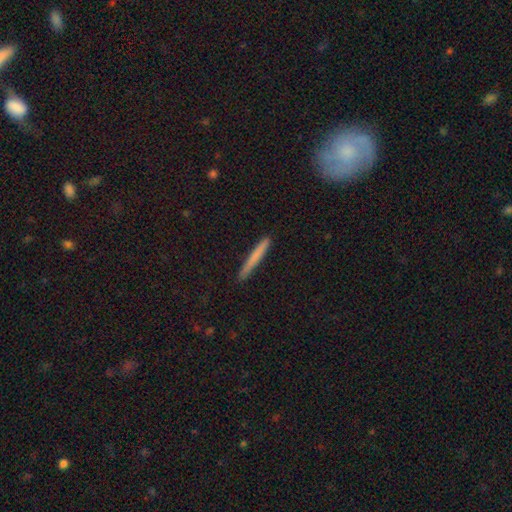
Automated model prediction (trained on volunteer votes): Smooth or featured: smooth — 71% (featured or disk — 22%)
How rounded: cigar-shaped — 97% (in between — 2%)
Merging: none — 90% (minor disturbance — 8%)